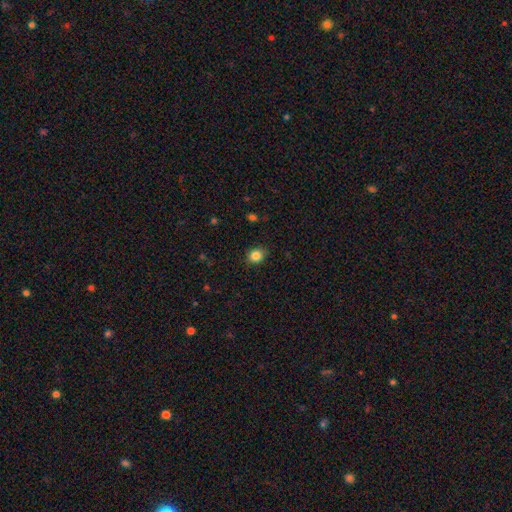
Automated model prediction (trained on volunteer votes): A smooth galaxy with no disk features (84%) that is round (73%). Merging: none (87%).